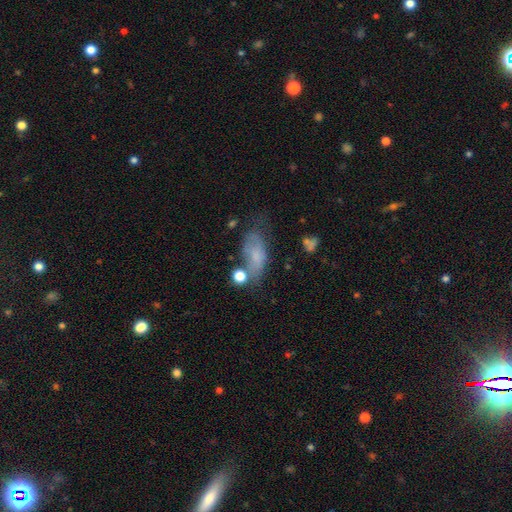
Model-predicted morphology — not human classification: A smooth galaxy with no disk features (63%) that is in between round and cigar-shaped (84%).

Vote fractions:
- Smooth or featured? smooth: 63% / featured or disk: 25% / star or artifact: 12%
- How rounded? in between: 84% / cigar-shaped: 9% / round: 7%
- Merging? none: 36% / minor disturbance: 28% / major disturbance: 23% / merger: 12%